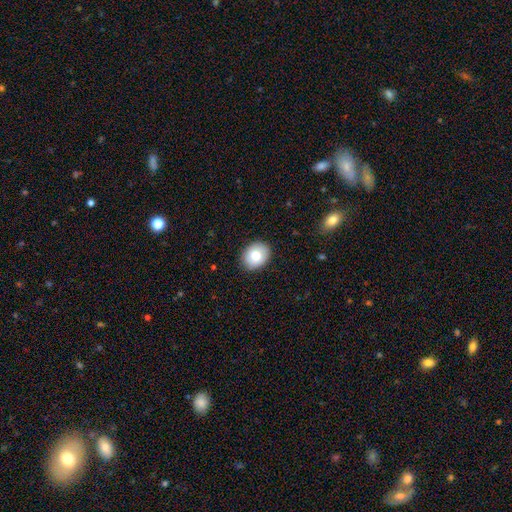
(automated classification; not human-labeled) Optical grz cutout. It shows a smooth galaxy with no disk features (77%) that is in between round and cigar-shaped (55%). Merging: none (89%).